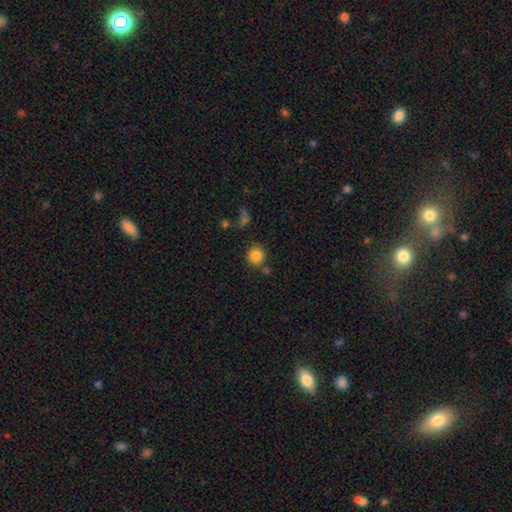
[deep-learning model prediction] smooth-or-featured: smooth: 85% | star or artifact: 10% | featured or disk: 5%
  how-rounded: round: 89% | in between: 10% | cigar-shaped: 1%
  merging: none: 74% | minor disturbance: 11% | merger: 11% | major disturbance: 4%